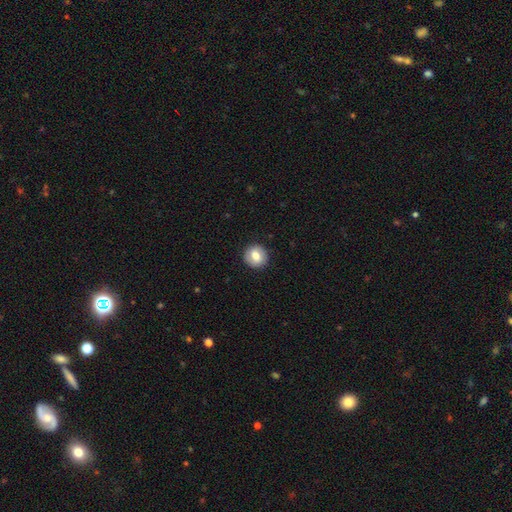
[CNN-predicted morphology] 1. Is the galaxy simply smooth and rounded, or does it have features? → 74% smooth, 18% featured or disk, 8% star or artifact.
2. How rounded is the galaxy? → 88% round, 11% in between, 1% cigar-shaped.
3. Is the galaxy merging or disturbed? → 89% none, 7% minor disturbance, 2% major disturbance, 1% merger.